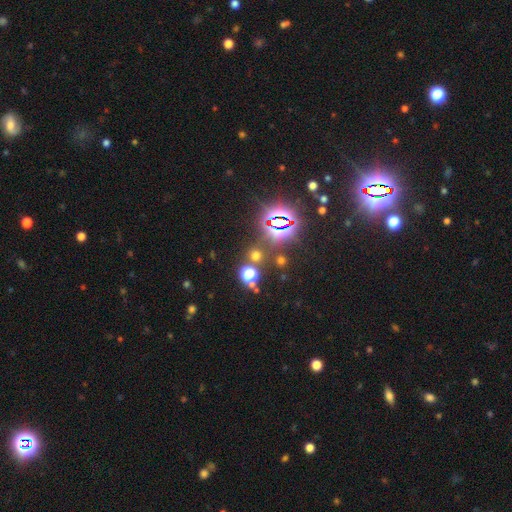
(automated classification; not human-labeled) smooth_or_featured: star or artifact (p=0.50) [alt: smooth p=0.43]